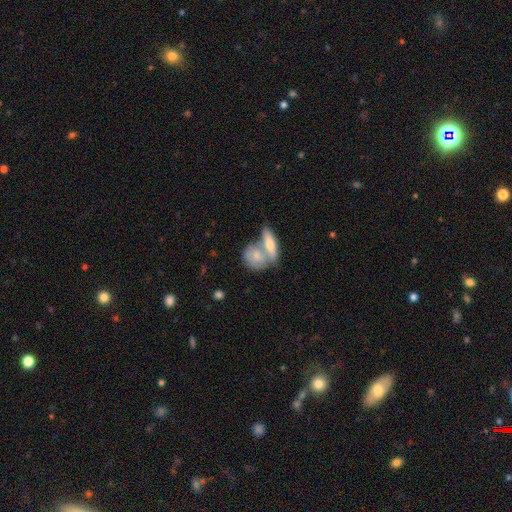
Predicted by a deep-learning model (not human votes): Smooth or featured? Predicted: smooth (p=0.66). How rounded? Predicted: in between (p=0.55). Merging? Predicted: merger (p=0.57).